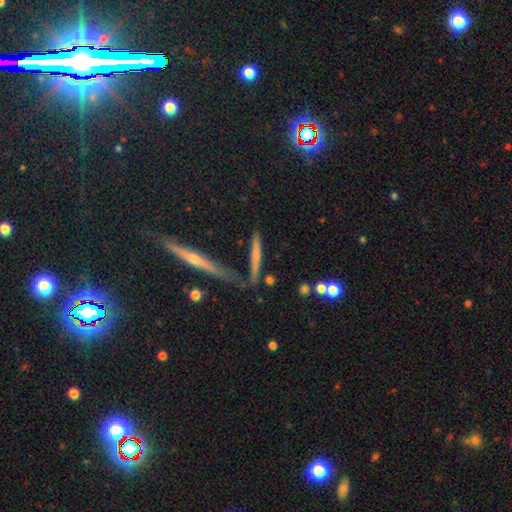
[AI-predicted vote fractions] A smooth galaxy with no disk features (51%) that is cigar-shaped (89%). Merging: none (72%).